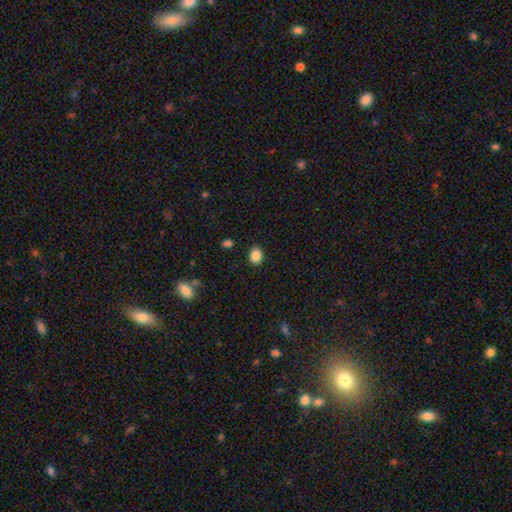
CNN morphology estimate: smooth_or_featured: smooth (p=0.86) [alt: star or artifact p=0.10]
how_rounded: in between (p=0.50) [alt: round p=0.49]
merging: none (p=0.89) [alt: minor disturbance p=0.07]